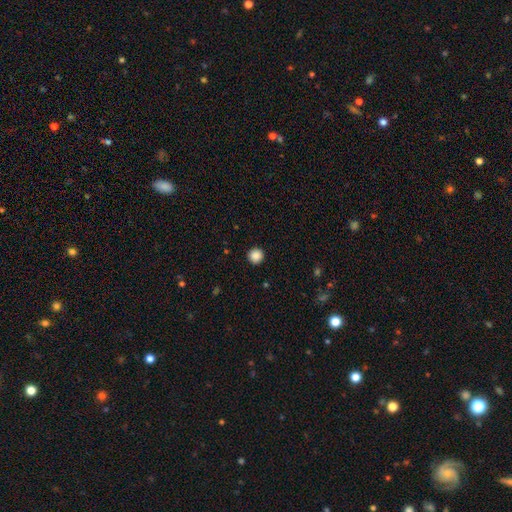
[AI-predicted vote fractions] A smooth galaxy with no disk features (88%) that is round (96%).

Vote fractions:
- Smooth or featured? smooth: 88% / star or artifact: 10% / featured or disk: 3%
- How rounded? round: 96% / in between: 3% / cigar-shaped: 1%
- Merging? none: 93% / minor disturbance: 4% / major disturbance: 2% / merger: 1%